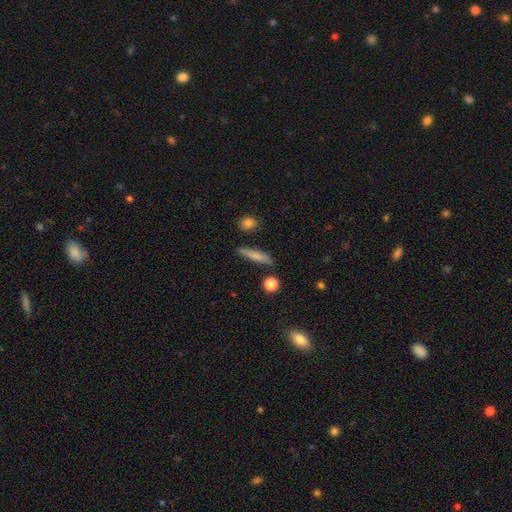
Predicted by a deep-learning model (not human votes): The model was most divided on "smooth or featured": smooth: 73%, featured or disk: 20%, star or artifact: 7%. More confident: merging — none (84%); how rounded — cigar-shaped (83%).